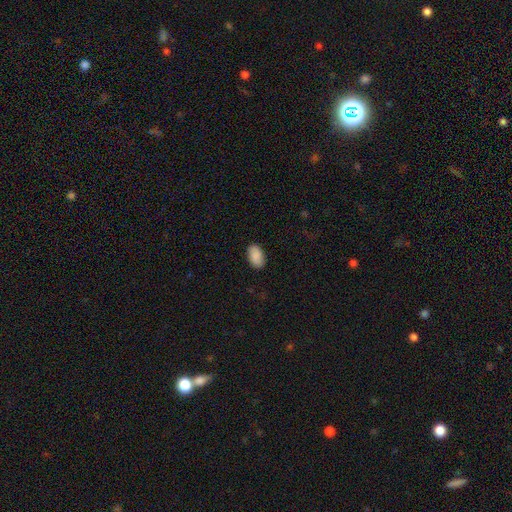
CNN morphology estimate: Overall: smooth (91%). How rounded: in between (94%). Merging: none (89%).